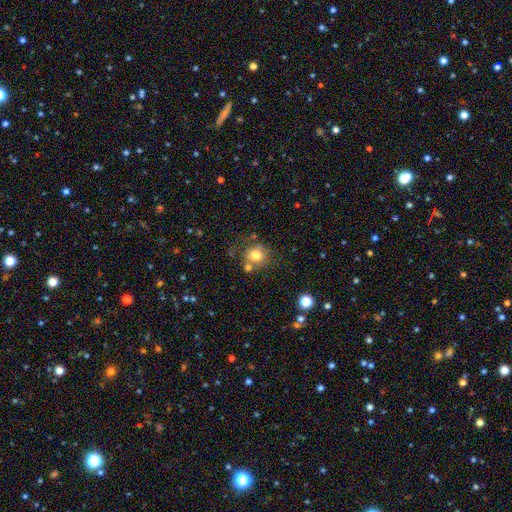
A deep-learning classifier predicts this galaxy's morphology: Smooth or featured?
  - smooth: 76% *
  - star or artifact: 13%
  - featured or disk: 11%
How rounded?
  - round: 86% *
  - in between: 13%
  - cigar-shaped: 1%
Merging?
  - none: 64% *
  - merger: 17%
  - minor disturbance: 13%
  - major disturbance: 5%